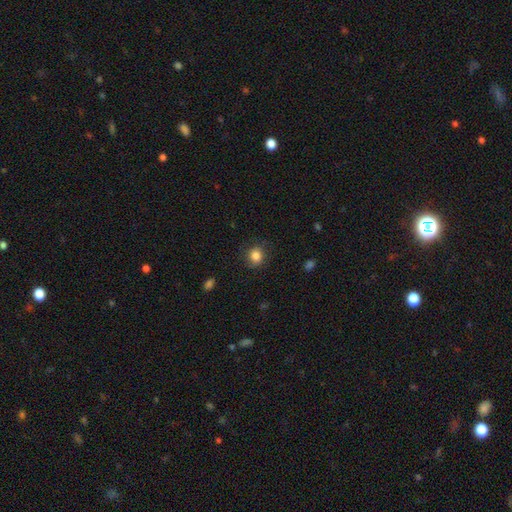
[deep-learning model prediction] Smooth or featured? Predicted: smooth (p=0.85). How rounded? Predicted: round (p=0.76). Merging? Predicted: none (p=0.83).